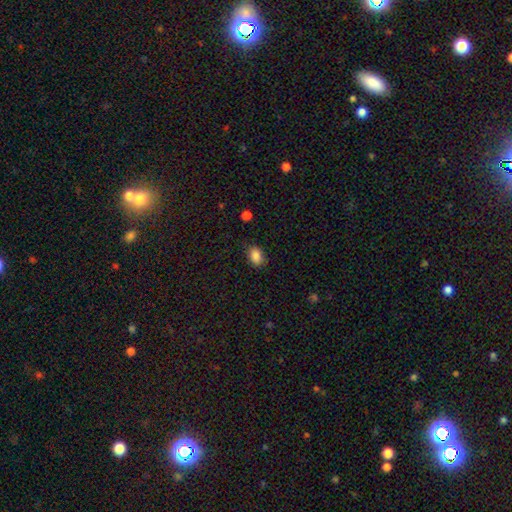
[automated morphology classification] smooth 86%, star or artifact 9%, featured or disk 4%. Down the decision tree: how rounded — in between (77%); merging — none (81%).